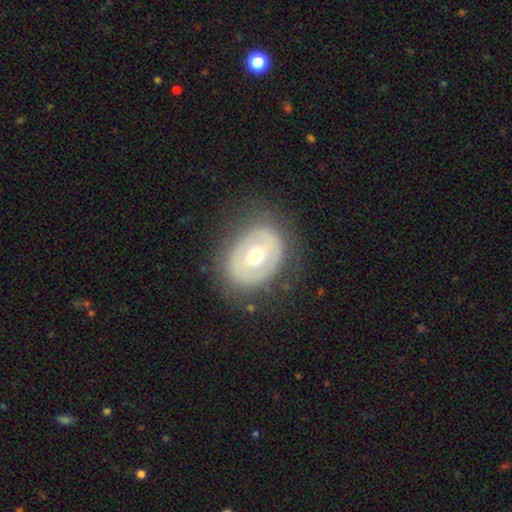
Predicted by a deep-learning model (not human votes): smooth-or-featured: featured or disk: 58% | smooth: 35% | star or artifact: 7%
  disk-edge-on: no: 94% | yes: 6%
    bar: no: 55% | weak: 28% | strong: 17%
    has-spiral-arms: no: 83% | yes: 17%
    bulge-size: moderate: 62% | small: 34% | large: 3% | dominant: 1% | none: 1%
  merging: none: 76% | minor disturbance: 15% | major disturbance: 8% | merger: 1%